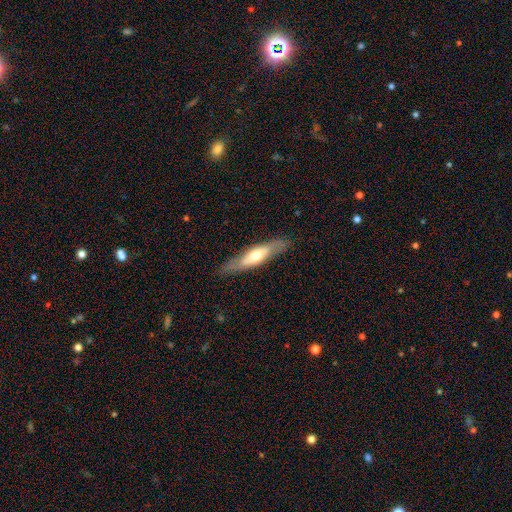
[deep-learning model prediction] This is possibly a featured or disk galaxy (50%). It is possibly viewed edge-on (59%). Merging: clearly none (84%).